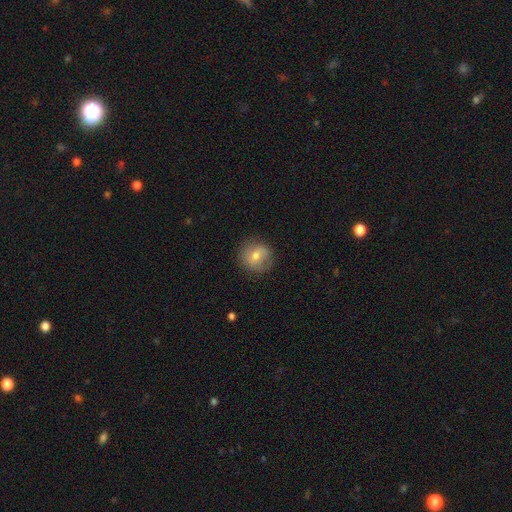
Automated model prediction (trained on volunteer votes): This appears to be a smooth galaxy with no disk features (61%) that is round (87%). Merging: none (83%).